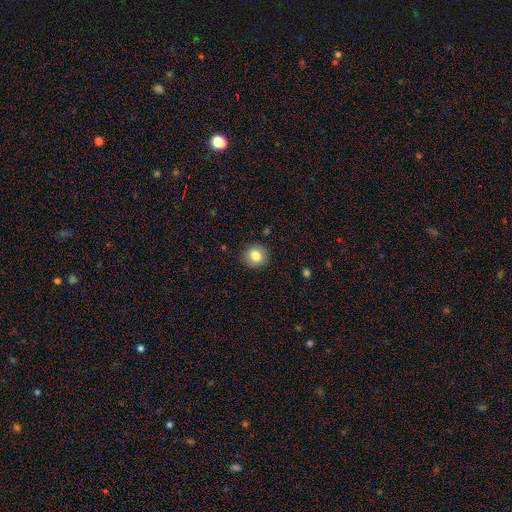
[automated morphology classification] Smooth or featured? smooth (81%)
How rounded? round (84%)
Merging? none (88%)